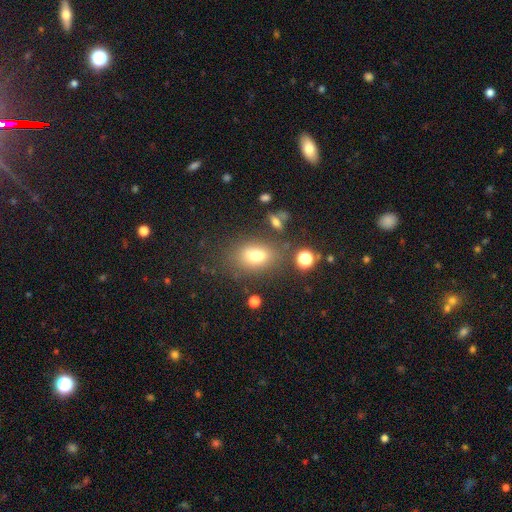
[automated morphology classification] Smooth or featured: smooth — 74% (star or artifact — 13%)
How rounded: in between — 78% (round — 20%)
Merging: none — 68% (minor disturbance — 15%)